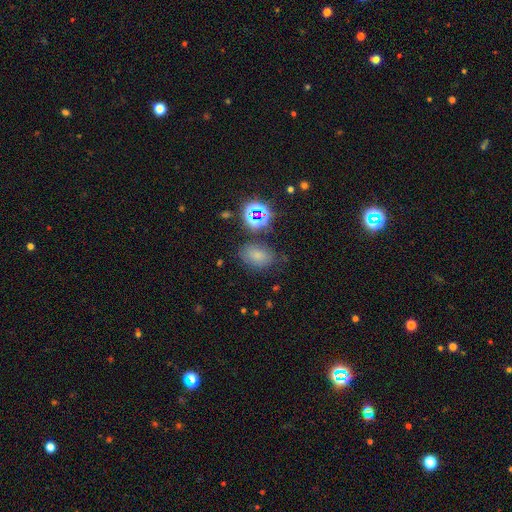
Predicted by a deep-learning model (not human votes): smooth 69%, star or artifact 22%, featured or disk 10%. Down the decision tree: how rounded — in between (77%); merging — none (71%).